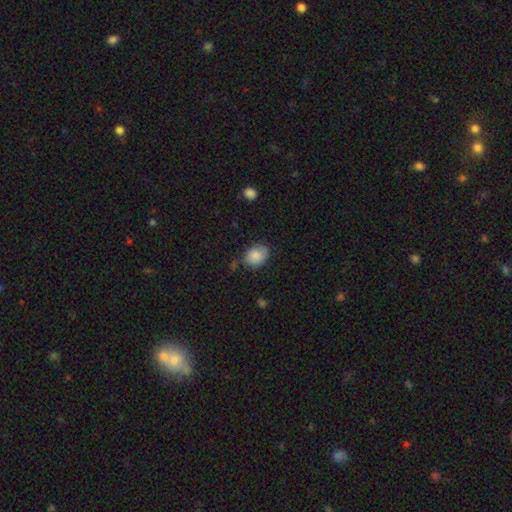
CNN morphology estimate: This is clearly a smooth galaxy (84%). How rounded: likely in between (63%). Merging: likely none (71%).